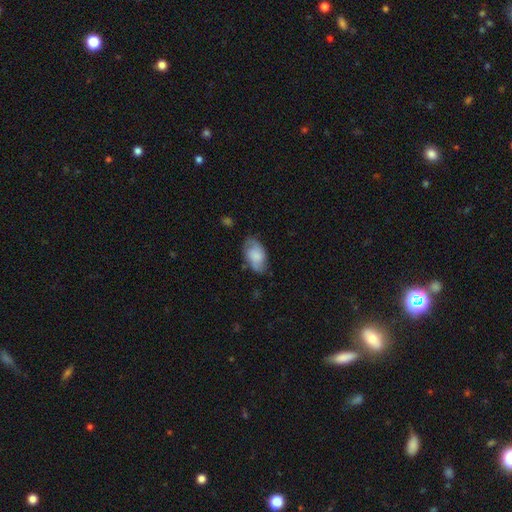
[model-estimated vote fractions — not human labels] This is likely a smooth galaxy (66%). How rounded: clearly in between (93%). Merging: likely none (68%).